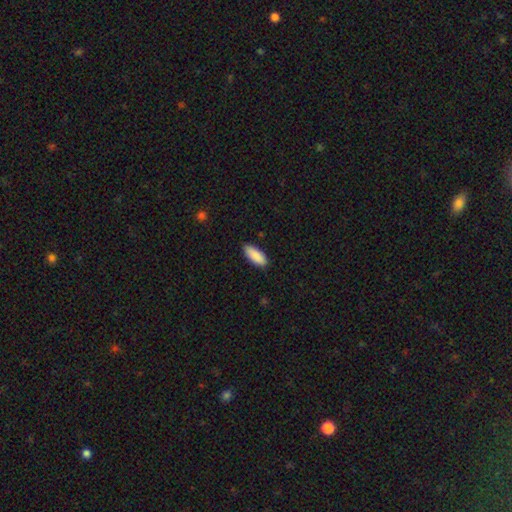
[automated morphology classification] smooth 90%, star or artifact 6%, featured or disk 5%. Down the decision tree: how rounded — in between (75%); merging — none (84%).